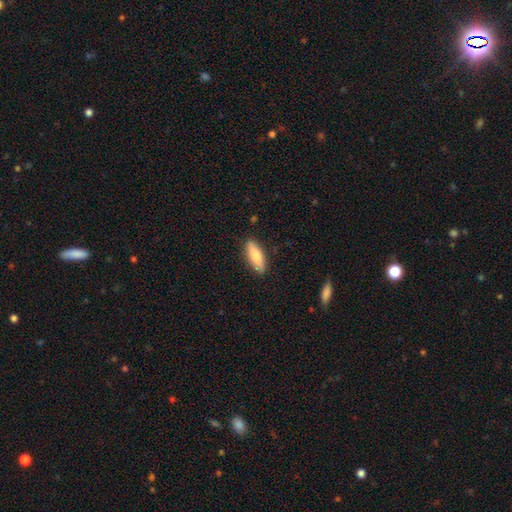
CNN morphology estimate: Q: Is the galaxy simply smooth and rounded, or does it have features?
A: smooth — 79%.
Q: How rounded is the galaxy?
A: in between — 59%.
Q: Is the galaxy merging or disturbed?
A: none — 87%.